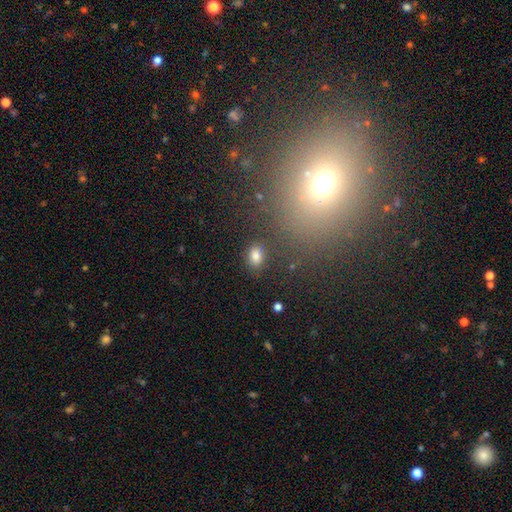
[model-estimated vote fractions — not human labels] Overall: smooth (82%). How rounded: in between (75%). Merging: none (81%).